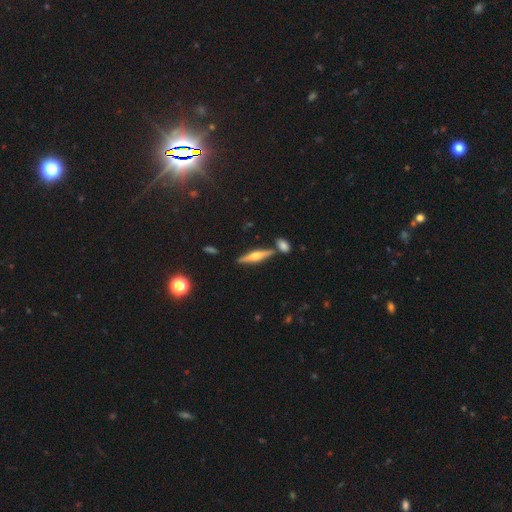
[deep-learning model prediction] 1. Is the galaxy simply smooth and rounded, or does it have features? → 62% featured or disk, 30% smooth, 7% star or artifact.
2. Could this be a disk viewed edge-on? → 96% yes, 4% no.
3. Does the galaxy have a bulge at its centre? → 88% rounded, 8% boxy, 5% none.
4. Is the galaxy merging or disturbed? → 79% none, 10% merger, 9% minor disturbance, 2% major disturbance.